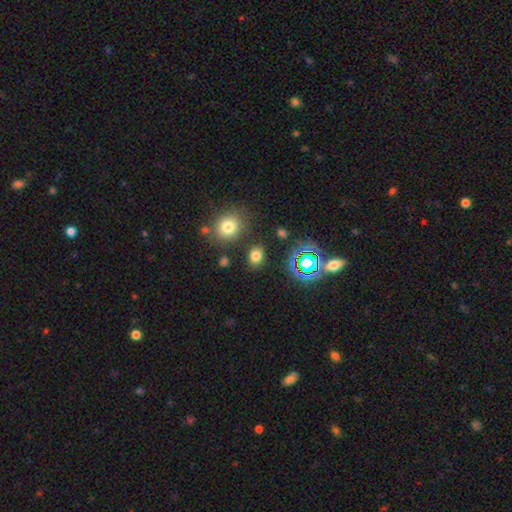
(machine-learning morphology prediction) smooth-or-featured: smooth: 72% | star or artifact: 21% | featured or disk: 7%
  how-rounded: in between: 57% | round: 42% | cigar-shaped: 1%
  merging: none: 83% | minor disturbance: 9% | merger: 4% | major disturbance: 3%